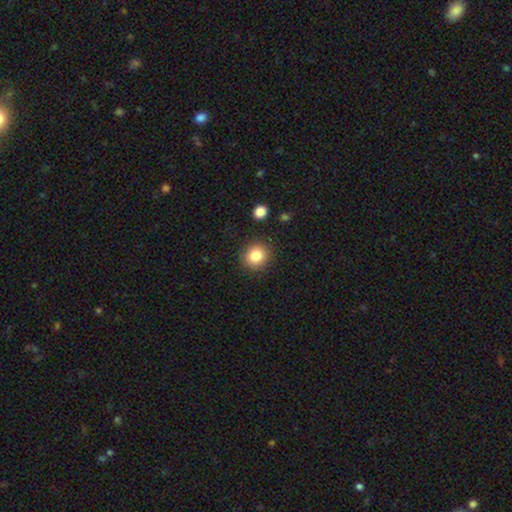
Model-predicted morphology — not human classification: This appears to be a smooth galaxy with no disk features (83%) that is round (85%). Merging: none (88%).